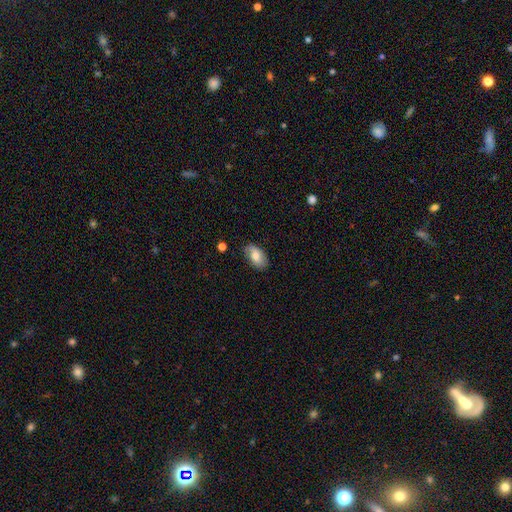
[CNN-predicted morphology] Smooth or featured: smooth — 75% (featured or disk — 18%)
How rounded: in between — 93% (round — 5%)
Merging: none — 75% (minor disturbance — 19%)